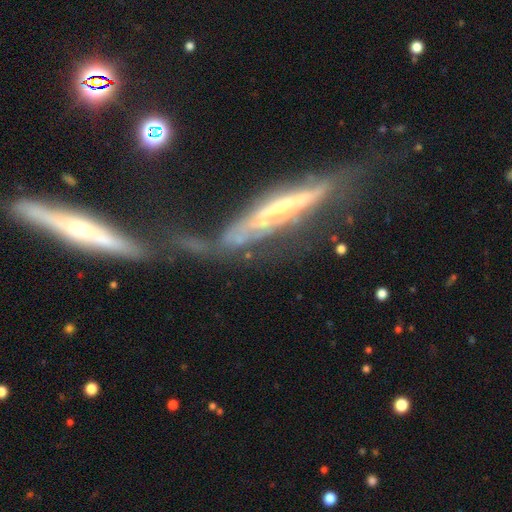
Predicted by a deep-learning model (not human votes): Smooth or featured? Predicted: featured or disk (p=0.75). Edge-on disk? Predicted: yes (p=0.78). Edge-on bulge? Predicted: none (p=0.44). Merging? Predicted: merger (p=0.29, tied with none).